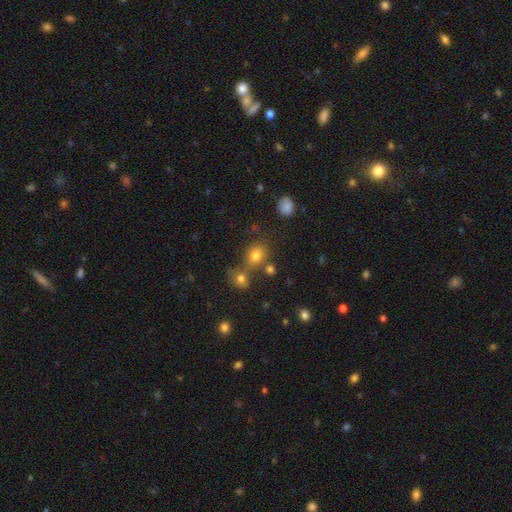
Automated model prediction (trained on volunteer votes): A smooth galaxy with no disk features (76%) that is round (50%). Merging: none (57%).